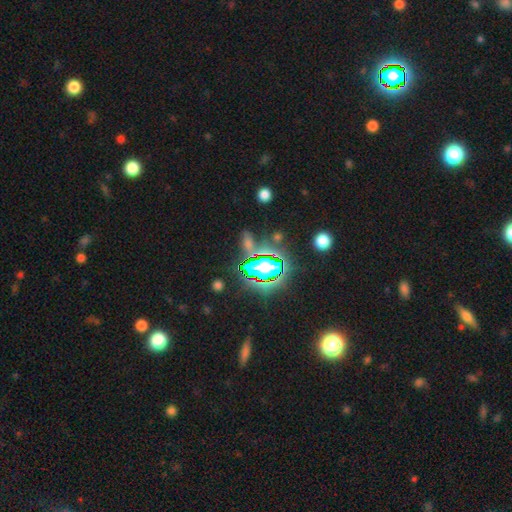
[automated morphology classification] Smooth or featured? Predicted: star or artifact (p=0.82).